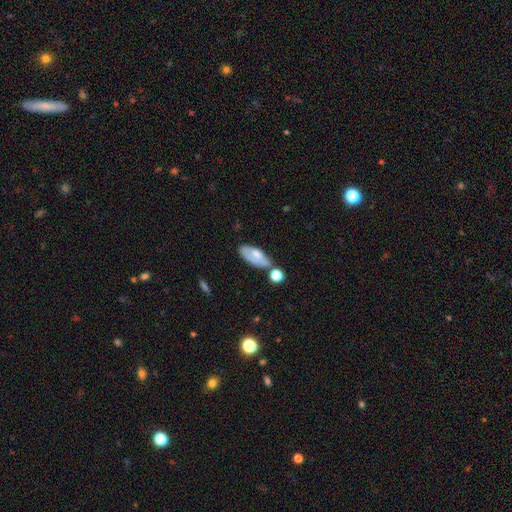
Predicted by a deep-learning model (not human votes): A smooth galaxy with no disk features (58%) that is in between round and cigar-shaped (81%).

Vote fractions:
- Smooth or featured? smooth: 58% / featured or disk: 34% / star or artifact: 8%
- How rounded? in between: 81% / cigar-shaped: 15% / round: 4%
- Merging? none: 50% / minor disturbance: 25% / merger: 14% / major disturbance: 11%